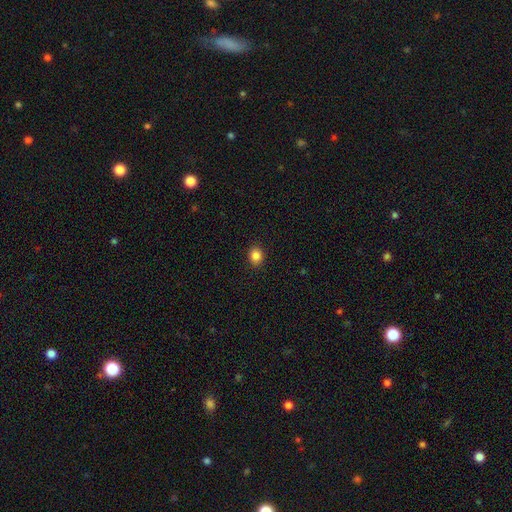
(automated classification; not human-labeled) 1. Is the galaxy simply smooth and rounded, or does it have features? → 86% smooth, 10% star or artifact, 4% featured or disk.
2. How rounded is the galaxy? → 62% round, 37% in between, 1% cigar-shaped.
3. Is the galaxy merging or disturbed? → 91% none, 6% minor disturbance, 2% major disturbance, 1% merger.